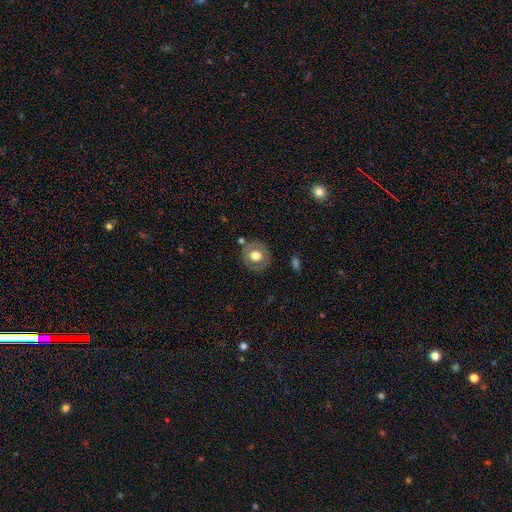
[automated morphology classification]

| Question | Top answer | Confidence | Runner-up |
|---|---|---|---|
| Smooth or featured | smooth | 55% | featured or disk (37%) |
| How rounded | round | 84% | in between (15%) |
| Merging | none | 81% | minor disturbance (12%) |